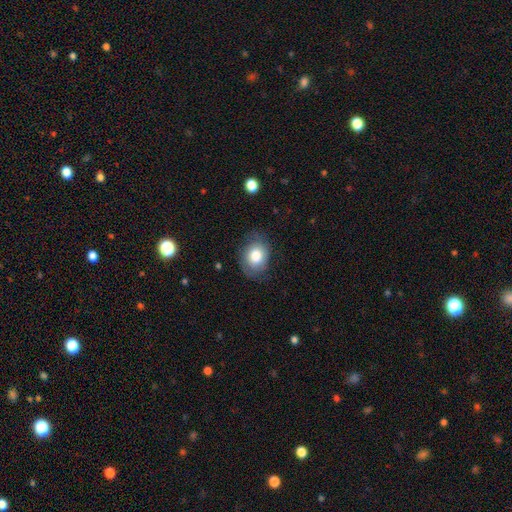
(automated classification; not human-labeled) Smooth or featured? Predicted: smooth (p=0.77). How rounded? Predicted: in between (p=0.65). Merging? Predicted: none (p=0.72).